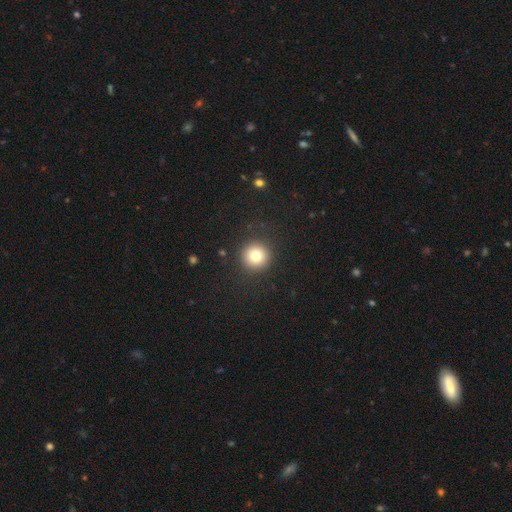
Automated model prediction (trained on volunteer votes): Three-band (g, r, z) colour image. It shows a smooth galaxy with no disk features (78%) that is round (95%). Merging: none (91%).